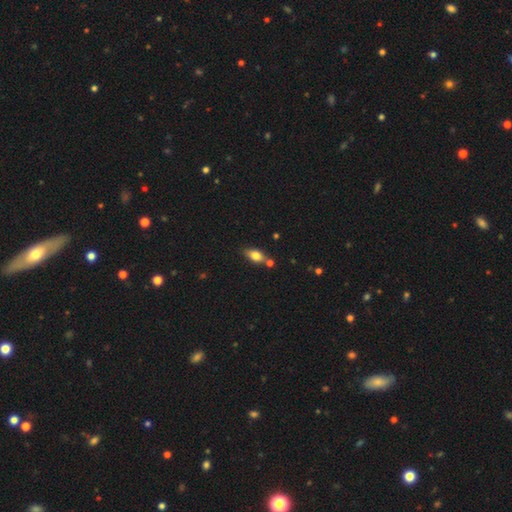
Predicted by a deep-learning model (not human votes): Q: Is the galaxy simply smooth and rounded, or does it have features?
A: smooth — 77%.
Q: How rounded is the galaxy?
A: in between — 83%.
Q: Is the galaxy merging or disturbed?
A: none — 64%.